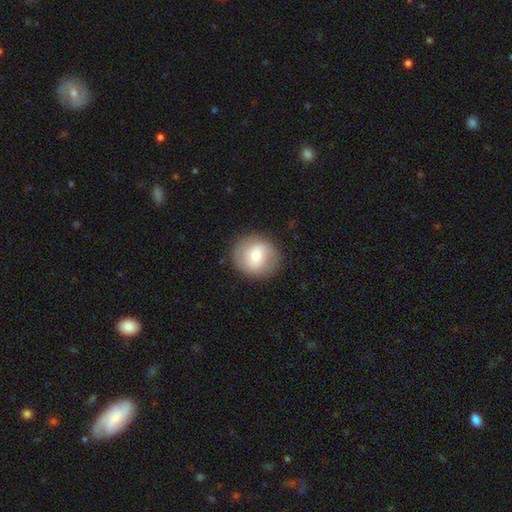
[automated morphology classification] type=smooth (65%); roundness=round (90%); merging=none (87%).